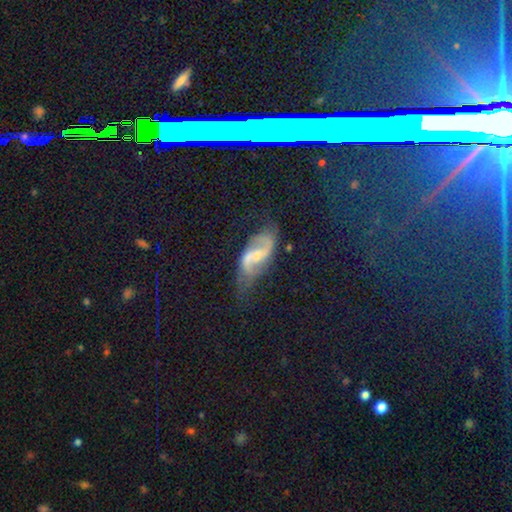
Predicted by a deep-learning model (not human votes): Smooth or featured? featured or disk (78%)
Edge-on disk? no (95%)
Bar? weak (46%)
Spiral arms? yes (93%)
Spiral winding? loose (53%)
Spiral arm count? 2 (92%)
Bulge size? small (53%)
Merging? none (65%)